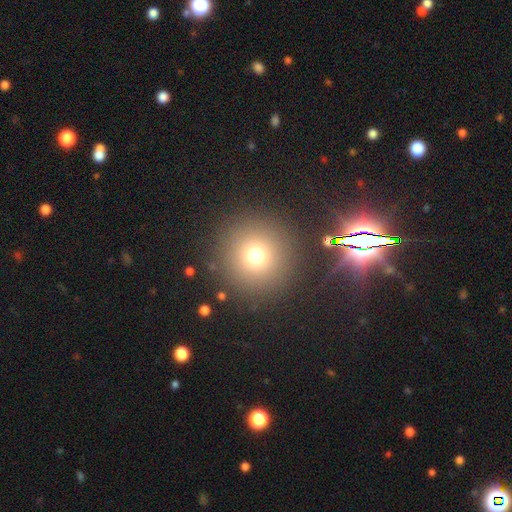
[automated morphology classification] This appears to be a smooth galaxy with no disk features (70%) that is round (96%). Merging: none (87%).